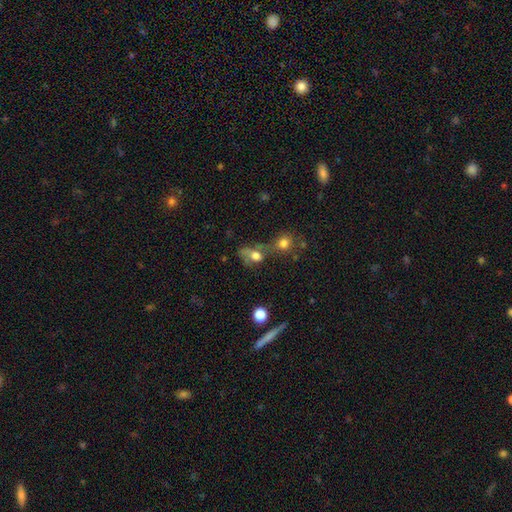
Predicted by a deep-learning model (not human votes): Q: Smooth or featured?
A: smooth (63%); runner-up: featured or disk (22%)
Q: How rounded?
A: in between (54%); runner-up: round (43%)
Q: Merging?
A: merger (48%); runner-up: none (22%)